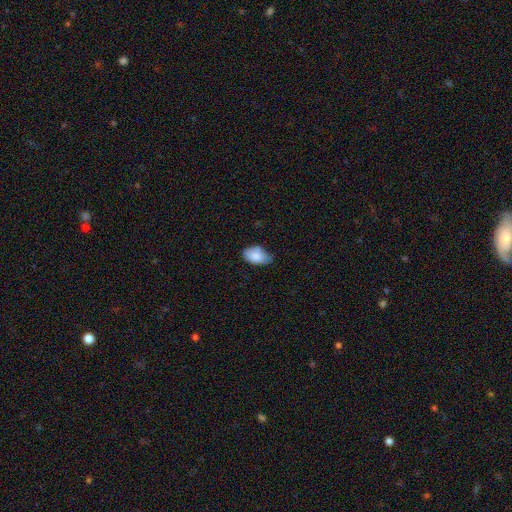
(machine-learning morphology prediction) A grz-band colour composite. It shows a smooth galaxy with no disk features (83%) that is in between round and cigar-shaped (92%). Merging: none (49%).